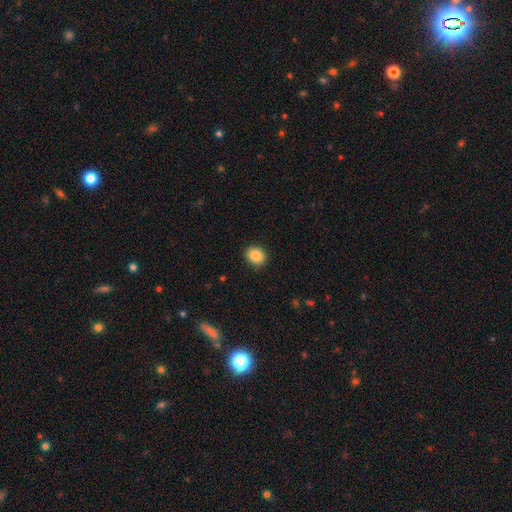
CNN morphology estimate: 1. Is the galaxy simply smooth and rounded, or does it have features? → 87% smooth, 9% star or artifact, 4% featured or disk.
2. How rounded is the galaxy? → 59% round, 40% in between, 1% cigar-shaped.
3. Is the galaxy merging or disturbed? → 87% none, 10% minor disturbance, 2% major disturbance, 1% merger.